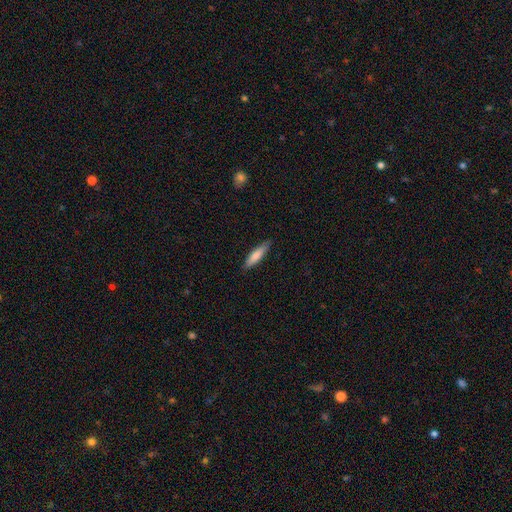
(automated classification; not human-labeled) smooth_or_featured: smooth (p=0.76) [alt: featured or disk p=0.18]
how_rounded: cigar-shaped (p=0.78) [alt: in between p=0.20]
merging: none (p=0.86) [alt: minor disturbance p=0.11]